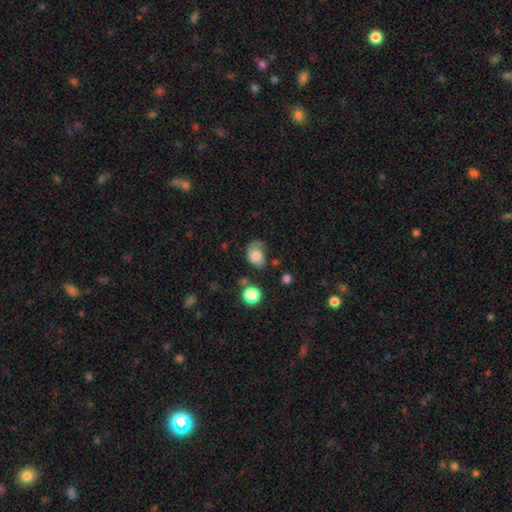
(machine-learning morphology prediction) Smooth or featured?
  - smooth: 62% *
  - featured or disk: 28%
  - star or artifact: 10%
How rounded?
  - in between: 58% *
  - round: 41%
  - cigar-shaped: 1%
Merging?
  - none: 35% *
  - minor disturbance: 31%
  - major disturbance: 28%
  - merger: 6%